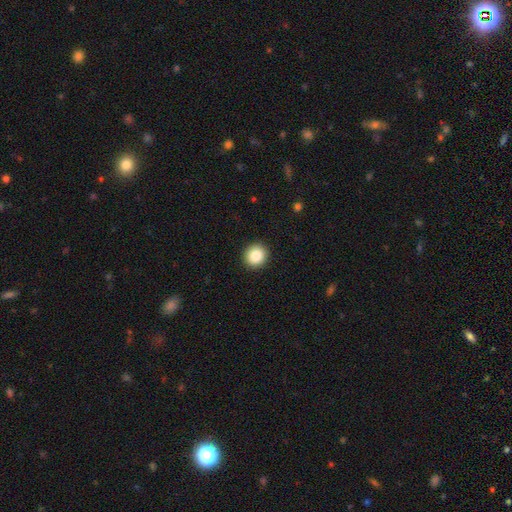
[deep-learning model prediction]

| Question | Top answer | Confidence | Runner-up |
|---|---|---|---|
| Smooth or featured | smooth | 87% | star or artifact (9%) |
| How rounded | round | 89% | in between (10%) |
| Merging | none | 92% | minor disturbance (5%) |